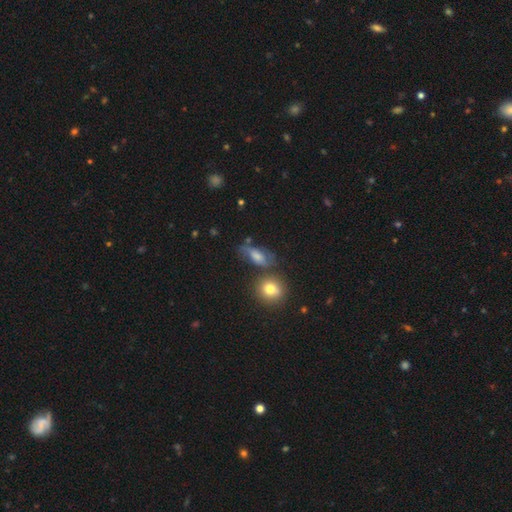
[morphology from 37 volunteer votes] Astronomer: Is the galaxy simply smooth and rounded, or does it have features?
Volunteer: featured or disk — 54% (runner-up: smooth, 43%).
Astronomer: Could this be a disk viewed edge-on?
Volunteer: no — 100%.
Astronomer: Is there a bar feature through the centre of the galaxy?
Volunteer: no — 65%.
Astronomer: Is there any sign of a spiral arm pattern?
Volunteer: yes — 85%.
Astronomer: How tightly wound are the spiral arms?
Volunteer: loose — 41% (runner-up: medium, 35%).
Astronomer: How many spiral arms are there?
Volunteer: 2 — 65%.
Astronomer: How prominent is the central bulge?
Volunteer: moderate — 30% (runner-up: small, 25%).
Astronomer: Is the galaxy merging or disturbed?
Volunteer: none — 50% (runner-up: major disturbance, 28%).